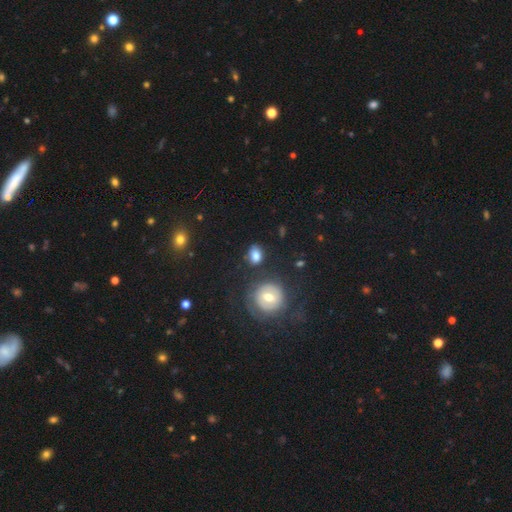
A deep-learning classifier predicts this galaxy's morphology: The model was most divided on "how rounded": in between: 55%, round: 43%, cigar-shaped: 1%. More confident: smooth or featured — smooth (78%); merging — none (75%).